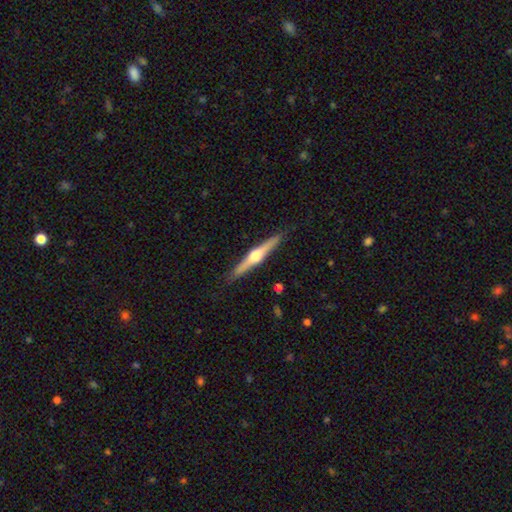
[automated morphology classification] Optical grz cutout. It shows a featured or disk galaxy (75%) viewed edge-on (98%) with a rounded central bulge (94%). Merging: none (89%).